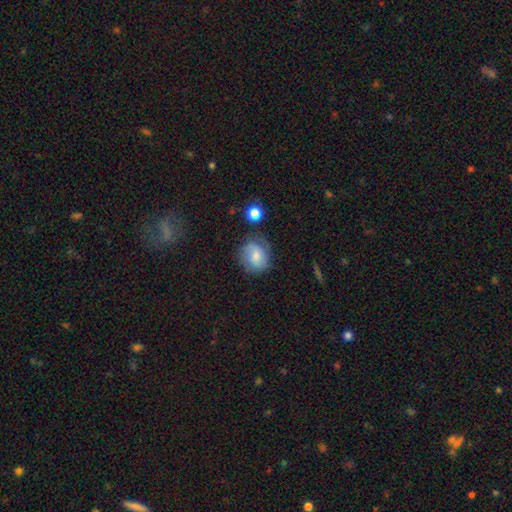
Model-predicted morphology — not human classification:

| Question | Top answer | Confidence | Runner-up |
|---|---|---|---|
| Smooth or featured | featured or disk | 48% | smooth (43%) |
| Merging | none | 67% | minor disturbance (21%) |